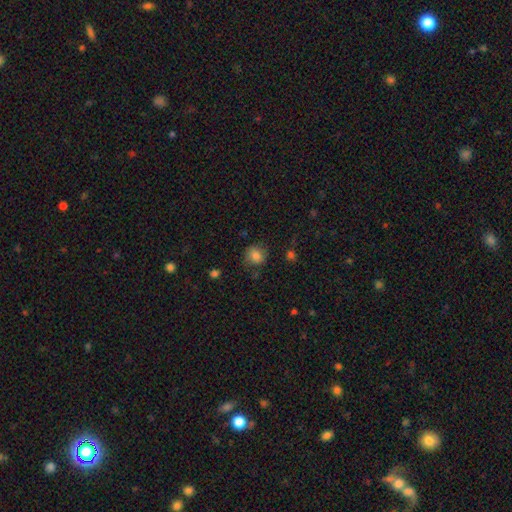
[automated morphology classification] Smooth or featured?
  - smooth: 80% *
  - star or artifact: 11%
  - featured or disk: 9%
How rounded?
  - round: 78% *
  - in between: 21%
  - cigar-shaped: 1%
Merging?
  - none: 76% *
  - minor disturbance: 17%
  - major disturbance: 5%
  - merger: 2%